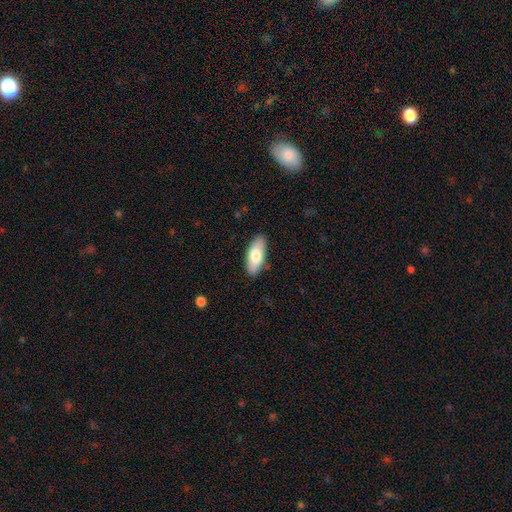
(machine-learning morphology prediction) The model was most divided on "smooth or featured": smooth: 77%, featured or disk: 17%, star or artifact: 5%. More confident: merging — none (88%); how rounded — in between (81%).